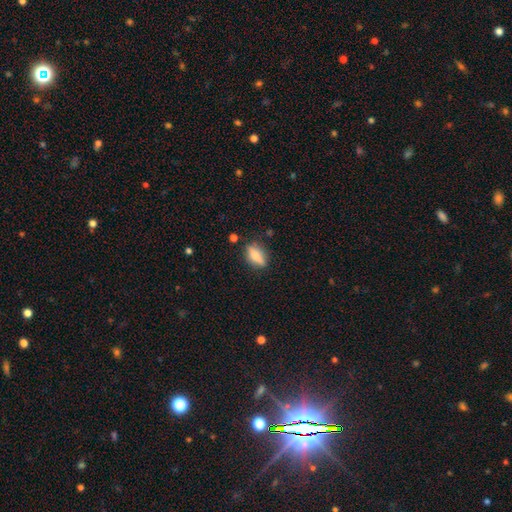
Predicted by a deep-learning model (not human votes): Smooth or featured: smooth — 57% (featured or disk — 34%)
How rounded: in between — 62% (cigar-shaped — 30%)
Merging: none — 76% (minor disturbance — 16%)